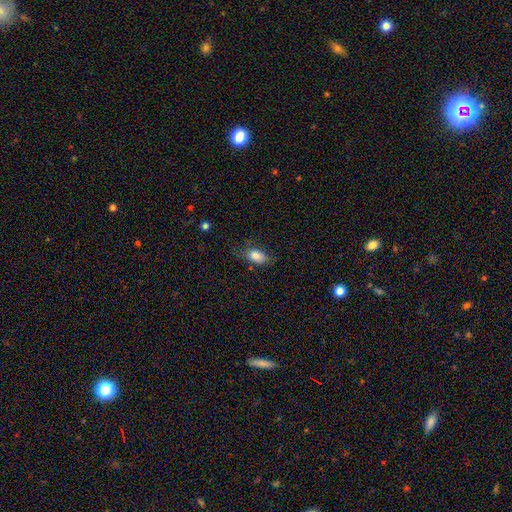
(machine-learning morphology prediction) smooth_or_featured: smooth (p=0.83) [alt: featured or disk p=0.09]
how_rounded: in between (p=0.88) [alt: round p=0.08]
merging: none (p=0.65) [alt: minor disturbance p=0.25]